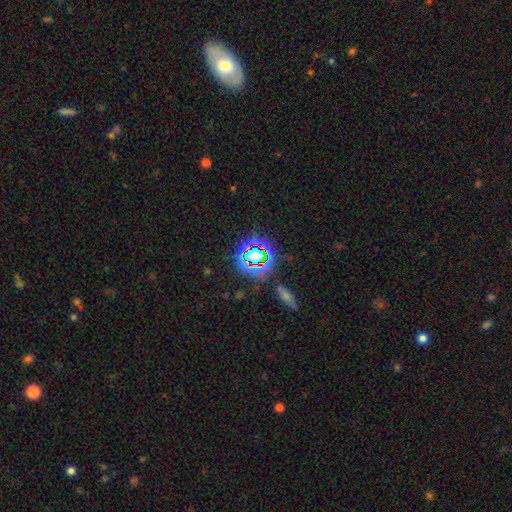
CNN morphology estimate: type=star or artifact (67%).